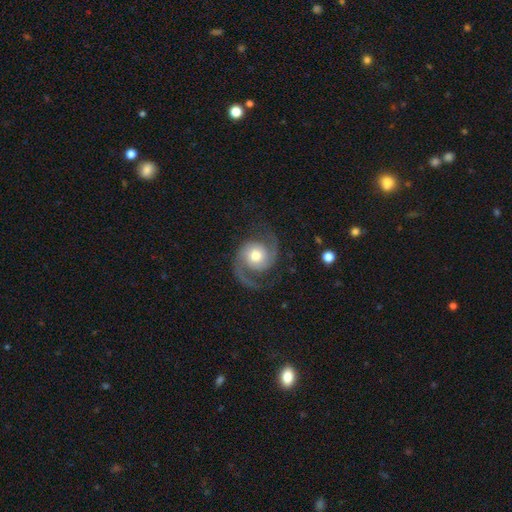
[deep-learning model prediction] Overall: featured or disk (89%). Edge-on disk: no (98%). Bar: no (74%). Spiral arms: yes (98%). Spiral arm count: 2 (94%). Spiral winding: medium (54%; loose 27%). Bulge size: moderate (66%). Merging: none (78%).